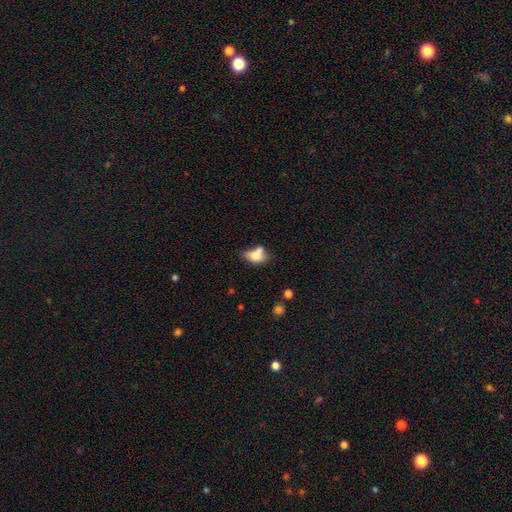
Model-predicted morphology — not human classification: This appears to be a smooth galaxy with no disk features (72%) that is in between round and cigar-shaped (76%). Merging: merger (34%, tied with none).